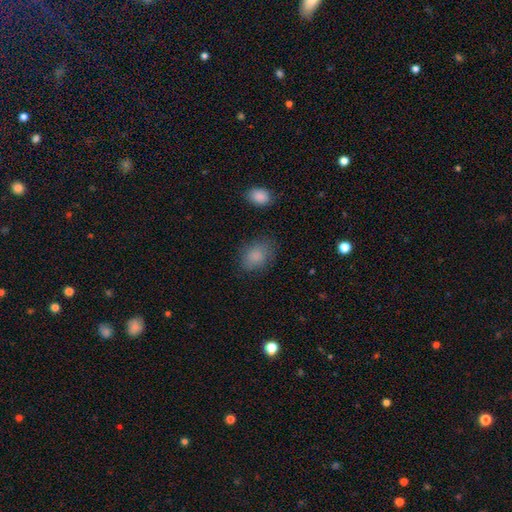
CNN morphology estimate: Q: Smooth or featured?
A: smooth (85%); runner-up: star or artifact (9%)
Q: How rounded?
A: in between (65%); runner-up: round (34%)
Q: Merging?
A: none (75%); runner-up: minor disturbance (17%)